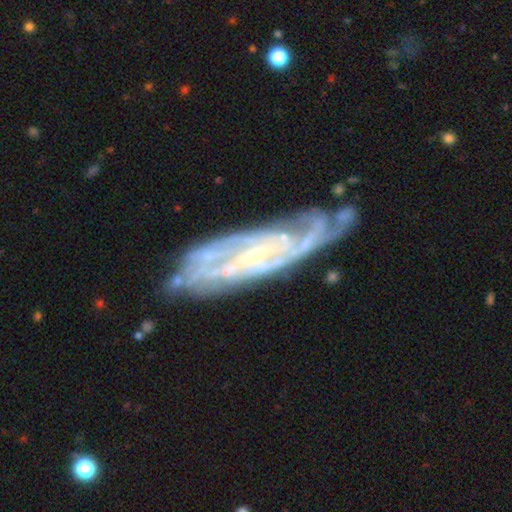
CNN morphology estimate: Smooth or featured? featured or disk (88%)
Edge-on disk? no (83%)
Bar? weak (39%)
Spiral arms? yes (95%)
Spiral winding? tight (62%)
Spiral arm count? can't tell (33%)
Bulge size? small (76%)
Merging? none (65%)